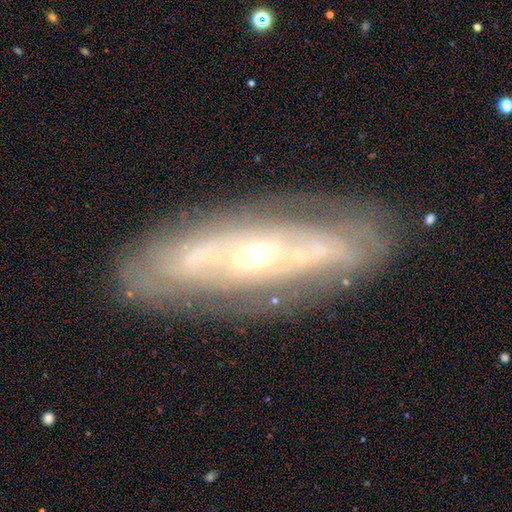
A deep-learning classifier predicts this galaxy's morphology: Overall: featured or disk (78%). Edge-on disk: no (71%). Bar: no (61%; weak 22%). Spiral arms: yes (61%; no 39%). Bulge size: moderate (51%; small 41%). Merging: none (81%).